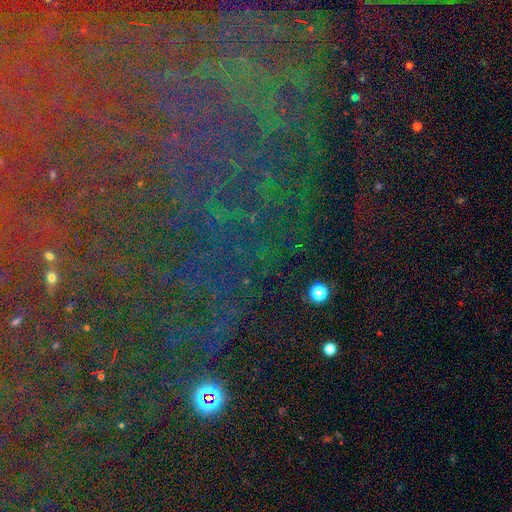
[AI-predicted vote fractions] Smooth or featured? Predicted: star or artifact (p=0.81).